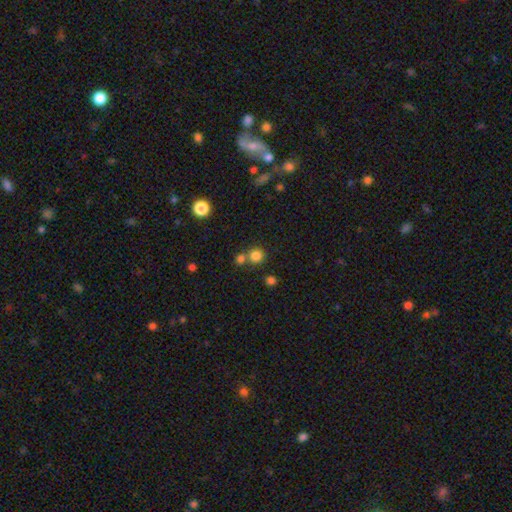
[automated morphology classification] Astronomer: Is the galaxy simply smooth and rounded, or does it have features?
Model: smooth — 81%.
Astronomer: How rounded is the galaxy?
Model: round — 90%.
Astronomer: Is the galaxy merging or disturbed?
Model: none — 63%.